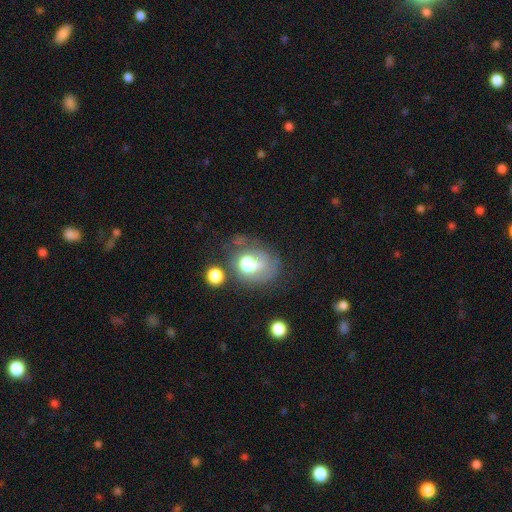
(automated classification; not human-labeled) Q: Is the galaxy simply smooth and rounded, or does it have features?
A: featured or disk — 44%.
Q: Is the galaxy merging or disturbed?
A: none — 55%.